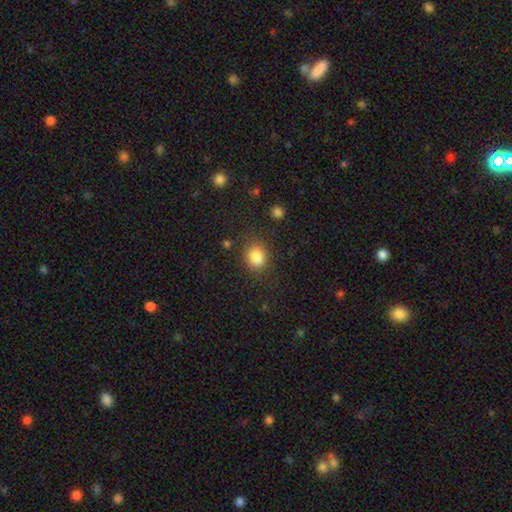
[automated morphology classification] Q: Smooth or featured?
A: smooth (85%); runner-up: star or artifact (10%)
Q: How rounded?
A: round (52%); runner-up: in between (47%)
Q: Merging?
A: none (78%); runner-up: minor disturbance (14%)